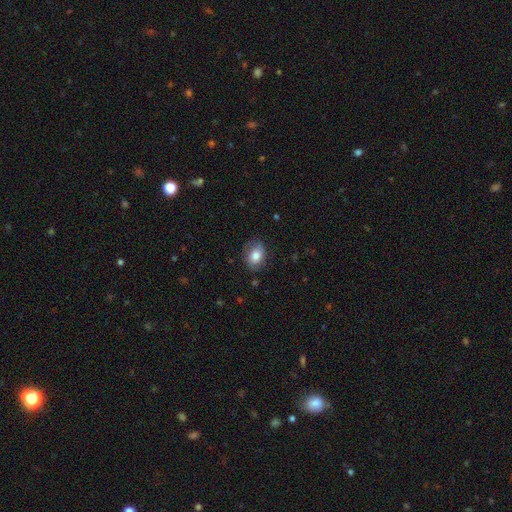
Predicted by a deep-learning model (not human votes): A smooth galaxy with no disk features (75%) that is in between round and cigar-shaped (74%).

Vote fractions:
- Smooth or featured? smooth: 75% / featured or disk: 17% / star or artifact: 8%
- How rounded? in between: 74% / round: 25% / cigar-shaped: 1%
- Merging? none: 76% / minor disturbance: 18% / major disturbance: 5% / merger: 1%